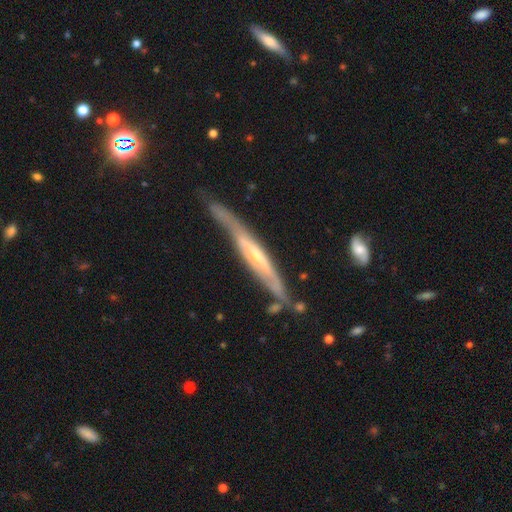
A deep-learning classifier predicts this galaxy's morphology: Smooth or featured: featured or disk — 76% (smooth — 18%)
Edge-on disk: yes — 83% (no — 17%)
Edge-on bulge: rounded — 52% (none — 40%)
Merging: none — 65% (minor disturbance — 25%)